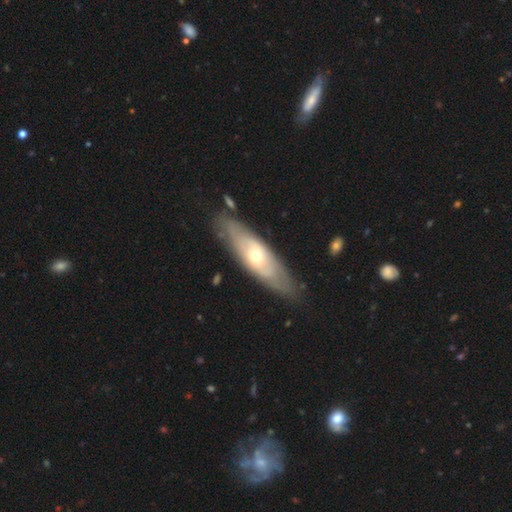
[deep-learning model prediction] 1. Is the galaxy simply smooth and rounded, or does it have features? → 64% featured or disk, 31% smooth, 5% star or artifact.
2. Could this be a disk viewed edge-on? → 72% no, 28% yes.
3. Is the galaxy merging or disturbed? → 80% none, 14% minor disturbance, 4% major disturbance, 2% merger.